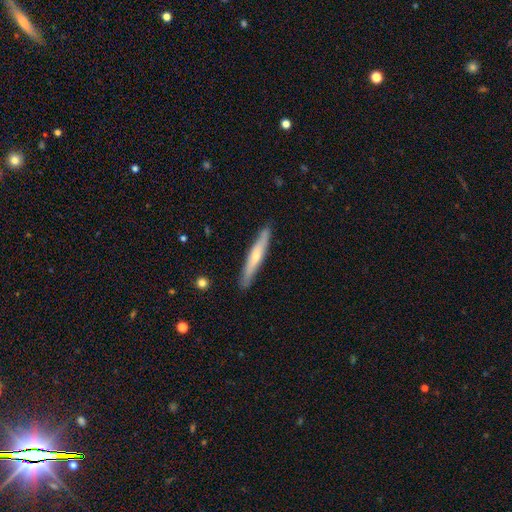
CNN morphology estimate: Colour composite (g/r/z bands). It shows a featured or disk galaxy (49%). Merging: none (88%).